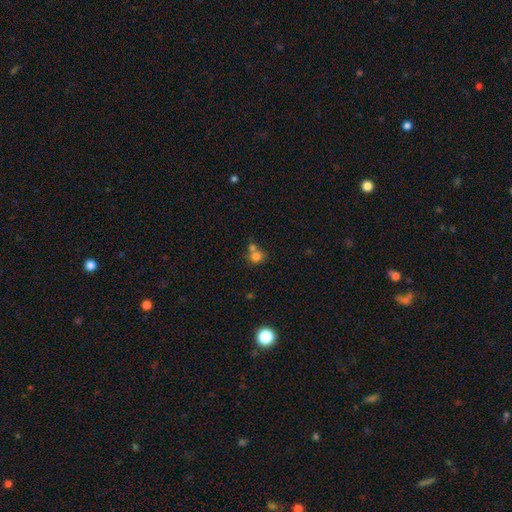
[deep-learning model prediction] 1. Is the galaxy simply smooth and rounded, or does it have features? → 77% smooth, 13% star or artifact, 10% featured or disk.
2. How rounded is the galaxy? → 80% round, 19% in between, 1% cigar-shaped.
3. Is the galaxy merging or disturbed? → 46% merger, 41% none, 9% minor disturbance, 4% major disturbance.